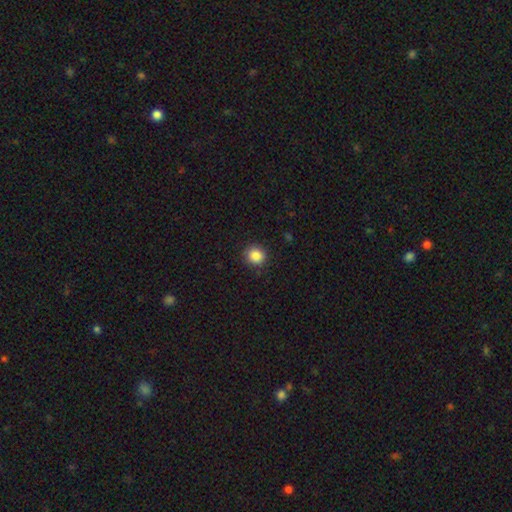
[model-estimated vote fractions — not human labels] The model was most divided on "smooth or featured": smooth: 86%, star or artifact: 10%, featured or disk: 4%. More confident: how rounded — round (90%); merging — none (89%).